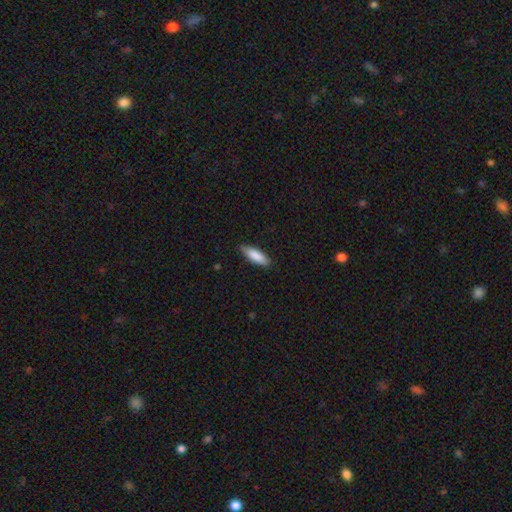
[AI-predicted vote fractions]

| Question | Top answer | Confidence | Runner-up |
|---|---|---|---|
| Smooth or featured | smooth | 86% | featured or disk (9%) |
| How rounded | in between | 56% | cigar-shaped (43%) |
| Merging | none | 85% | minor disturbance (12%) |